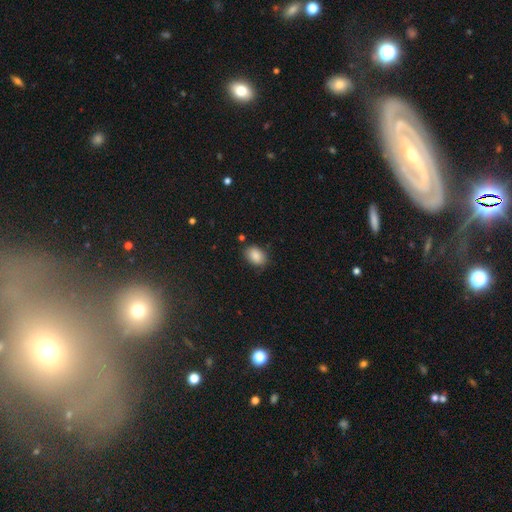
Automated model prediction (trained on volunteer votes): smooth-or-featured: smooth: 87% | star or artifact: 8% | featured or disk: 5%
  how-rounded: in between: 84% | round: 15% | cigar-shaped: 1%
  merging: none: 78% | minor disturbance: 17% | major disturbance: 3% | merger: 2%